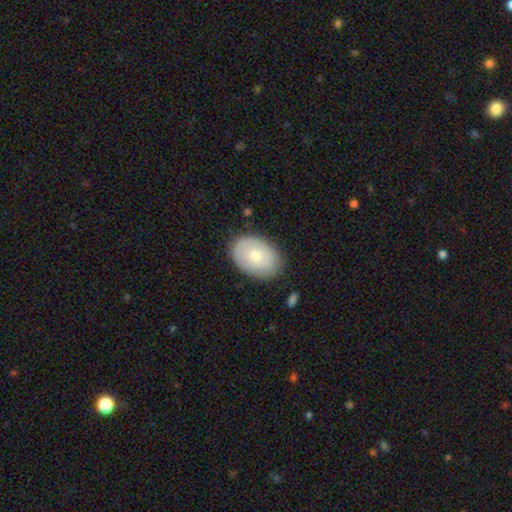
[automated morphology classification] Smooth or featured?
  - smooth: 69% *
  - featured or disk: 25%
  - star or artifact: 6%
How rounded?
  - in between: 83% *
  - round: 16%
  - cigar-shaped: 1%
Merging?
  - none: 83% *
  - minor disturbance: 13%
  - major disturbance: 3%
  - merger: 1%